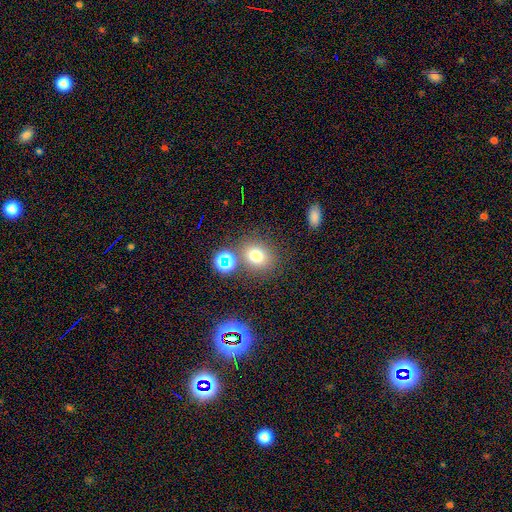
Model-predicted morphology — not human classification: Overall: smooth (71%). How rounded: round (72%). Merging: none (75%).